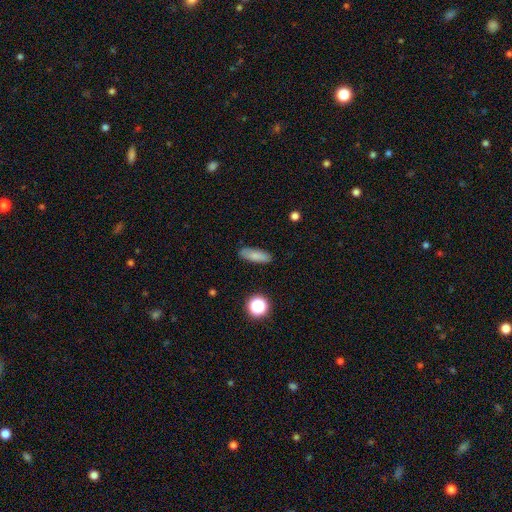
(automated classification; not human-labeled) smooth 81%, featured or disk 10%, star or artifact 9%. Down the decision tree: how rounded — in between (57%); merging — none (86%).